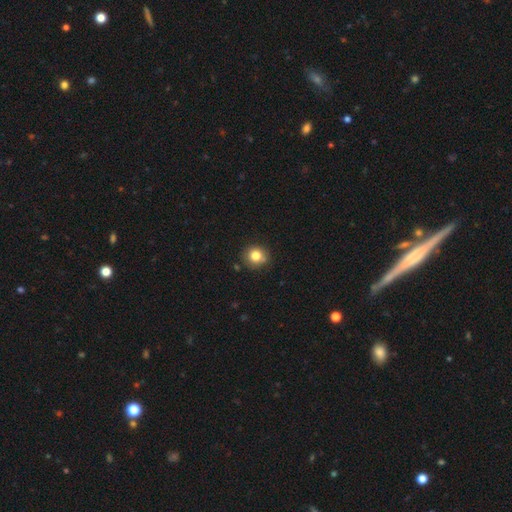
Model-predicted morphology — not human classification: Smooth or featured? Predicted: smooth (p=0.81). How rounded? Predicted: round (p=0.87). Merging? Predicted: none (p=0.84).